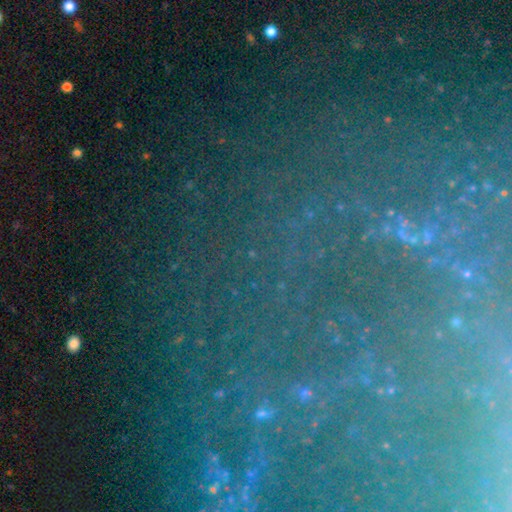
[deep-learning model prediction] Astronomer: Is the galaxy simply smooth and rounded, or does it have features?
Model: star or artifact — 65%.